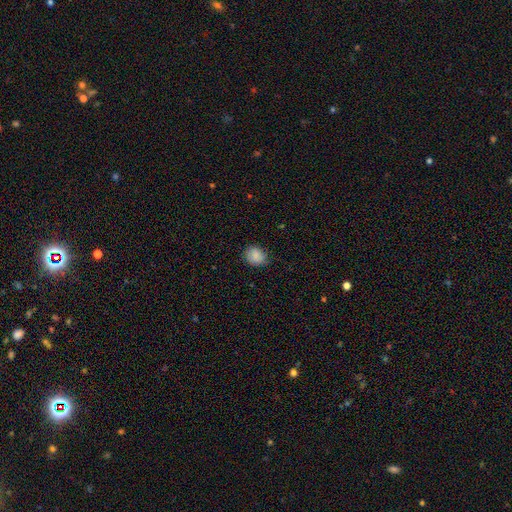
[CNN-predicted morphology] Smooth or featured? Predicted: smooth (p=0.82). How rounded? Predicted: round (p=0.66). Merging? Predicted: none (p=0.74).